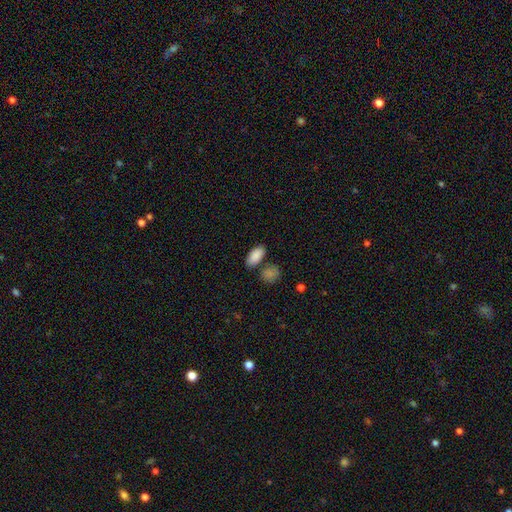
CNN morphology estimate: Overall: smooth (89%). How rounded: in between (92%). Merging: none (73%).